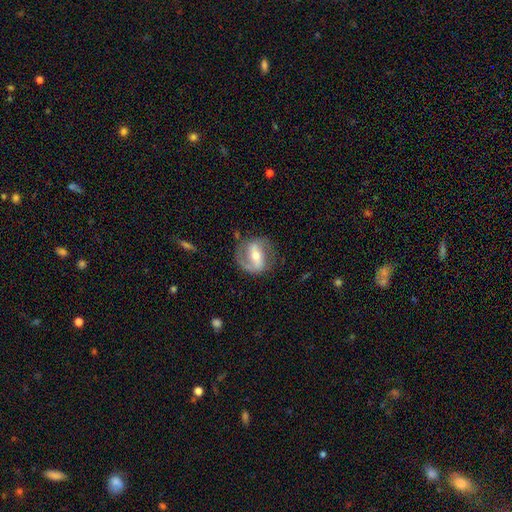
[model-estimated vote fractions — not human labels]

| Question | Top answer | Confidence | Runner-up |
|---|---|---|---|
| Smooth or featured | featured or disk | 81% | smooth (13%) |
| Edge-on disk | no | 96% | yes (4%) |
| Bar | strong | 50% | weak (34%) |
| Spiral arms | yes | 91% | no (9%) |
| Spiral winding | medium | 46% | loose (31%) |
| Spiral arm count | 2 | 76% | 1 (17%) |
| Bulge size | moderate | 55% | small (39%) |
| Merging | none | 73% | minor disturbance (16%) |